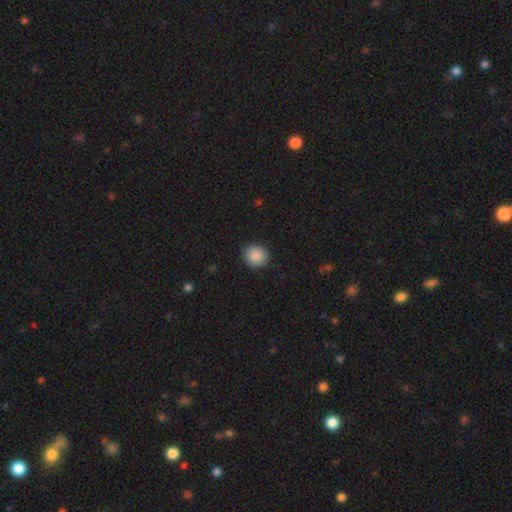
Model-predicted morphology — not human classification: type=smooth (89%); roundness=round (86%); merging=none (90%).